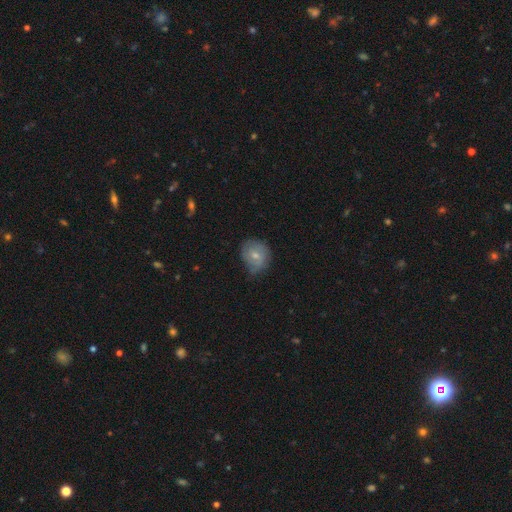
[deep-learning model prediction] A smooth galaxy with no disk features (62%) that is round (70%).

Vote fractions:
- Smooth or featured? smooth: 62% / featured or disk: 31% / star or artifact: 7%
- How rounded? round: 70% / in between: 29% / cigar-shaped: 1%
- Merging? none: 52% / minor disturbance: 37% / major disturbance: 10% / merger: 2%